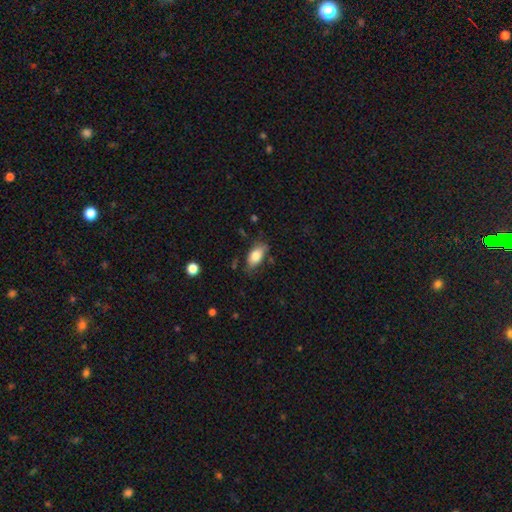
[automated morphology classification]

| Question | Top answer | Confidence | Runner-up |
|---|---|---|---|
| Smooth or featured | smooth | 81% | featured or disk (12%) |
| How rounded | in between | 90% | cigar-shaped (6%) |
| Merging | none | 70% | minor disturbance (22%) |